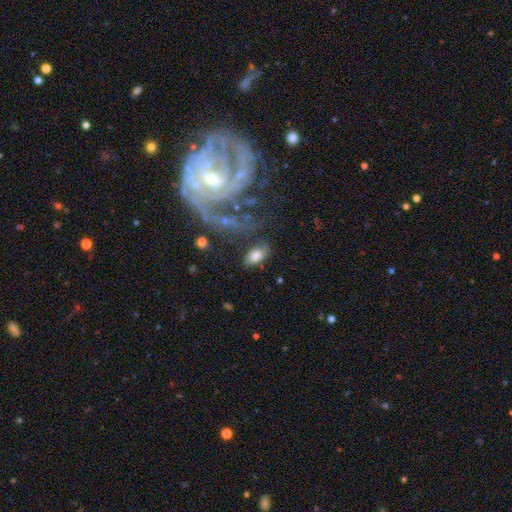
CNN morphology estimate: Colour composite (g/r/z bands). It shows a smooth galaxy with no disk features (73%) that is in between round and cigar-shaped (92%). Merging: none (72%).